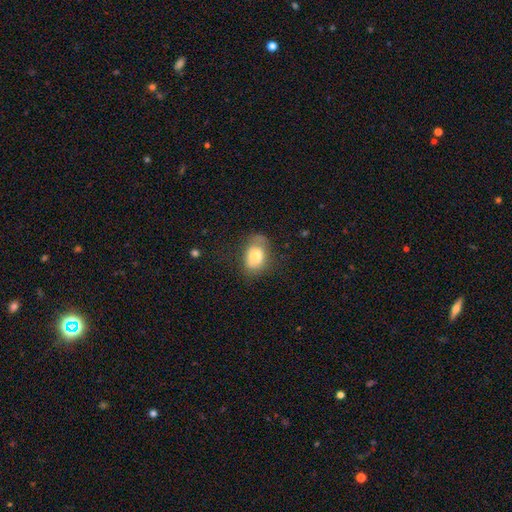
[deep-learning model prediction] Overall: smooth (72%). How rounded: in between (81%). Merging: none (54%; minor disturbance 29%).